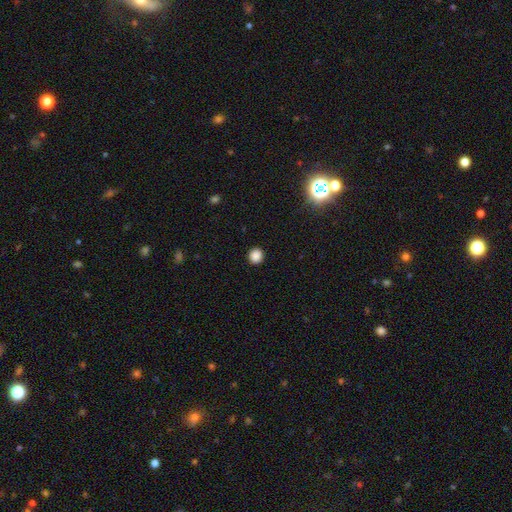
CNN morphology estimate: Smooth or featured?
  - smooth: 87% *
  - star or artifact: 10%
  - featured or disk: 2%
How rounded?
  - round: 88% *
  - in between: 11%
  - cigar-shaped: 1%
Merging?
  - none: 92% *
  - minor disturbance: 5%
  - major disturbance: 2%
  - merger: 1%